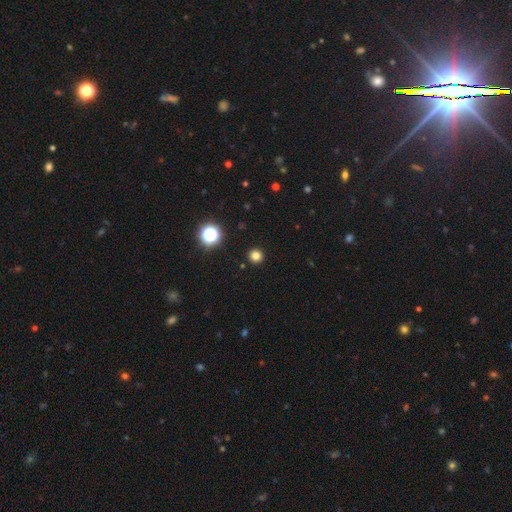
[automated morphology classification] A smooth galaxy with no disk features (80%) that is round (95%). Merging: none (93%).